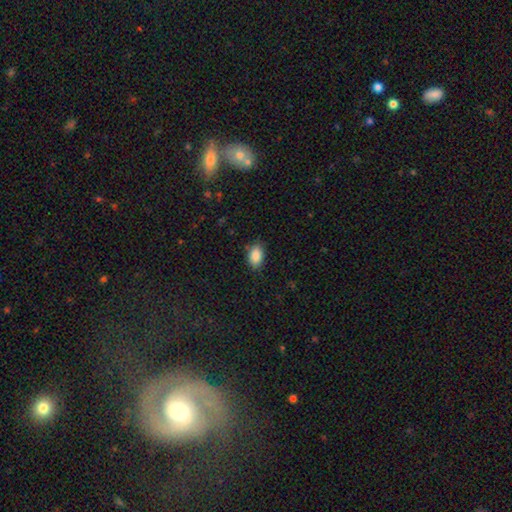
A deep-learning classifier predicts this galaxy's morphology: smooth 89%, star or artifact 8%, featured or disk 4%. Down the decision tree: how rounded — in between (89%); merging — none (83%).